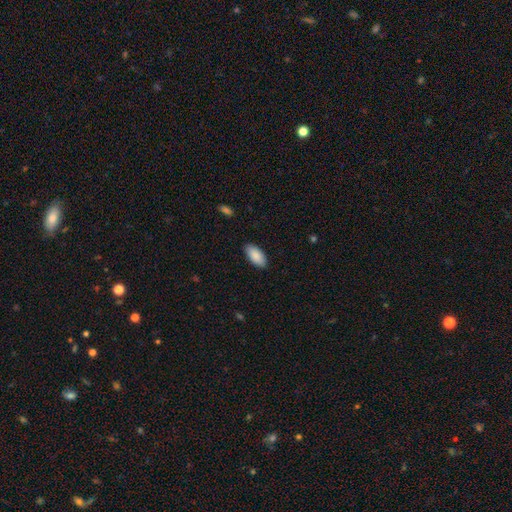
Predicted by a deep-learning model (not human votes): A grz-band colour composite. It shows a smooth galaxy with no disk features (90%) that is in between round and cigar-shaped (93%). Merging: none (88%).